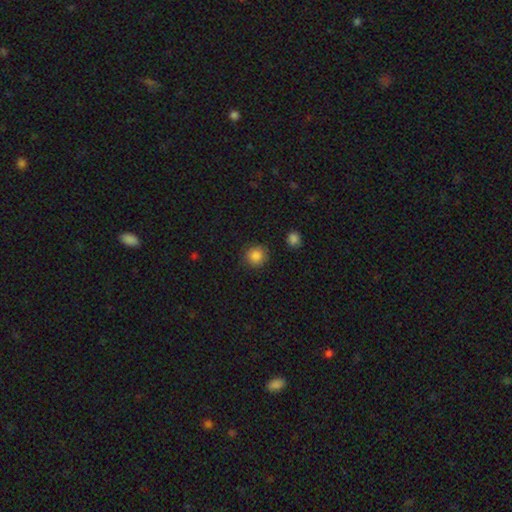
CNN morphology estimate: Smooth or featured? smooth (86%)
How rounded? round (93%)
Merging? none (89%)